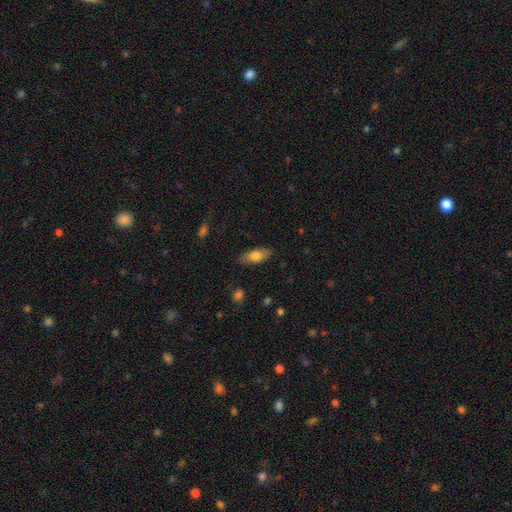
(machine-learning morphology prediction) A smooth galaxy with no disk features (71%) that is in between round and cigar-shaped (78%). Merging: none (84%).